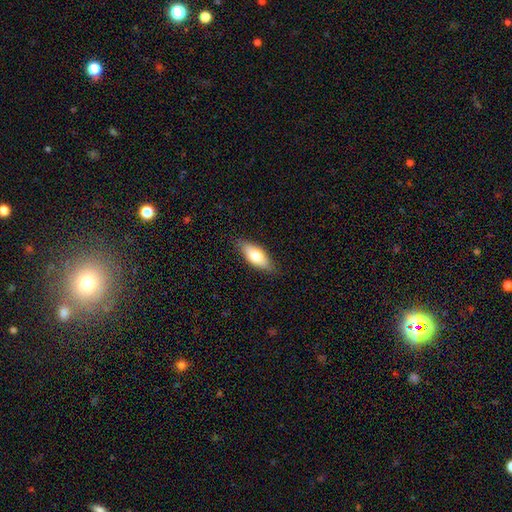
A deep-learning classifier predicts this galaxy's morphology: A smooth galaxy with no disk features (74%) that is in between round and cigar-shaped (79%).

Vote fractions:
- Smooth or featured? smooth: 74% / featured or disk: 20% / star or artifact: 6%
- How rounded? in between: 79% / cigar-shaped: 18% / round: 3%
- Merging? none: 84% / minor disturbance: 13% / major disturbance: 2% / merger: 1%